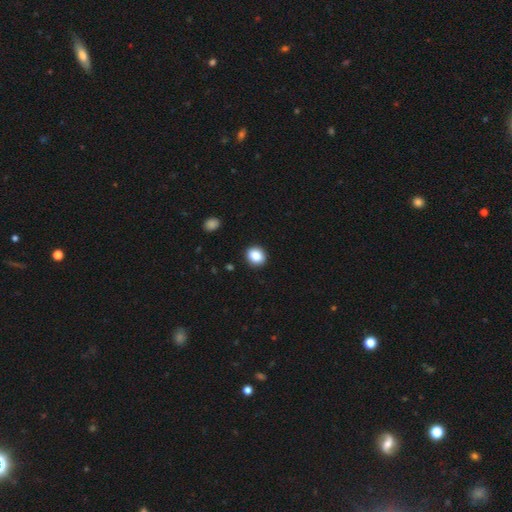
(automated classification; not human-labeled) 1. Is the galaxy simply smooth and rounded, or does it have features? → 86% smooth, 9% star or artifact, 5% featured or disk.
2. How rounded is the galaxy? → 65% round, 34% in between, 1% cigar-shaped.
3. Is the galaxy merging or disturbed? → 91% none, 6% minor disturbance, 2% major disturbance, 1% merger.